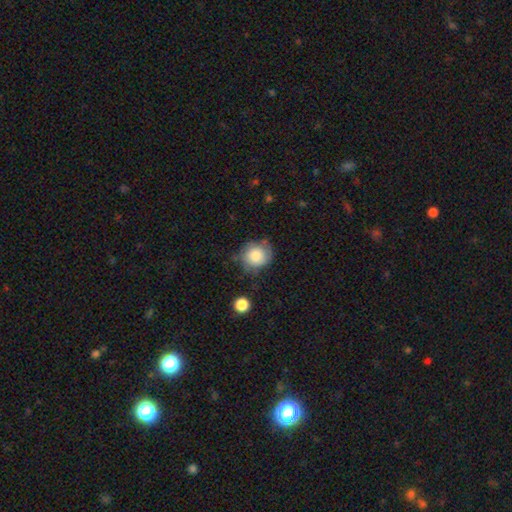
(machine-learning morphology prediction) A smooth galaxy with no disk features (73%) that is round (85%).

Vote fractions:
- Smooth or featured? smooth: 73% / featured or disk: 19% / star or artifact: 8%
- How rounded? round: 85% / in between: 14% / cigar-shaped: 1%
- Merging? none: 59% / minor disturbance: 28% / major disturbance: 10% / merger: 3%